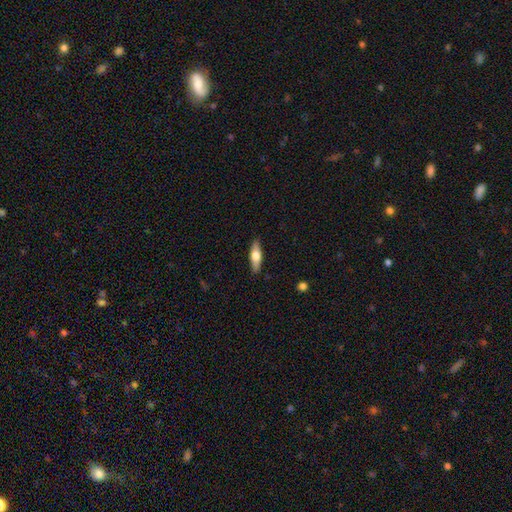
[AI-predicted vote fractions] Smooth or featured: smooth — 56% (featured or disk — 38%)
How rounded: in between — 49% (tied with cigar-shaped — 49%)
Merging: none — 89% (minor disturbance — 8%)